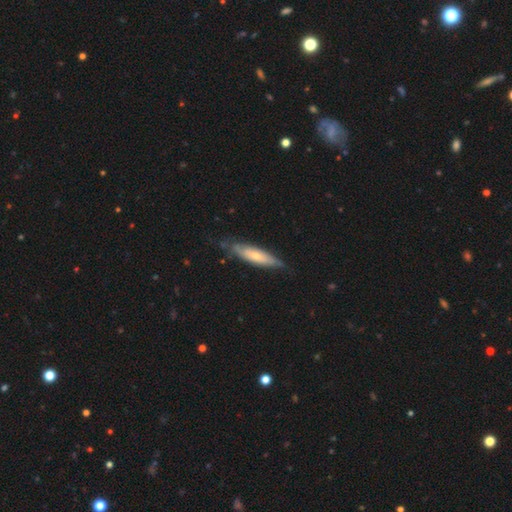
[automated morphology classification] Overall: smooth (49%; featured or disk 45%). Merging: none (70%).